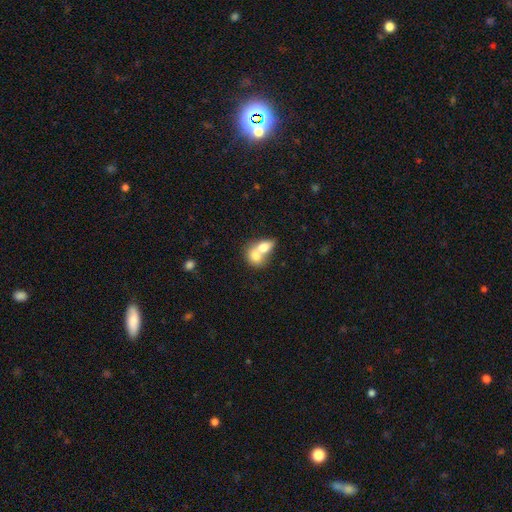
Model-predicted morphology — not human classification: Smooth or featured: smooth — 71% (featured or disk — 22%)
How rounded: in between — 62% (round — 35%)
Merging: merger — 78% (none — 14%)